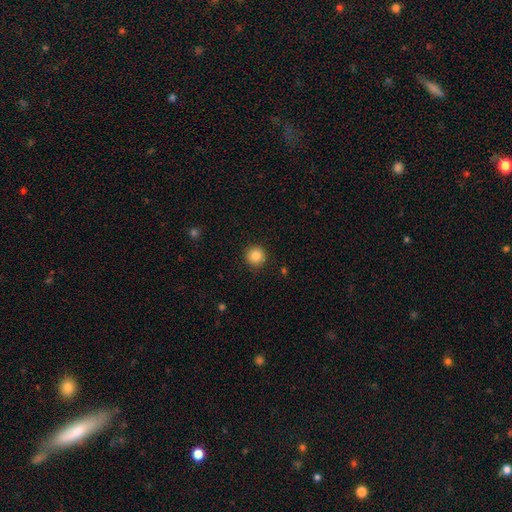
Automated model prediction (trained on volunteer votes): This is clearly a smooth galaxy (85%). How rounded: clearly round (96%). Merging: clearly none (92%).